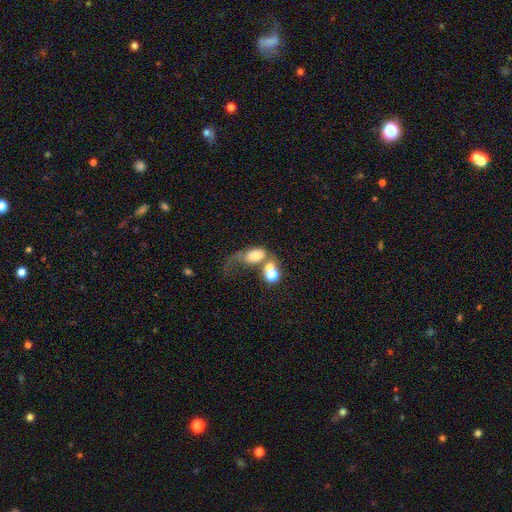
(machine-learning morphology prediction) A smooth galaxy with no disk features (62%) that is in between round and cigar-shaped (79%).

Vote fractions:
- Smooth or featured? smooth: 62% / featured or disk: 27% / star or artifact: 12%
- How rounded? in between: 79% / round: 18% / cigar-shaped: 3%
- Merging? merger: 51% / major disturbance: 27% / none: 14% / minor disturbance: 9%